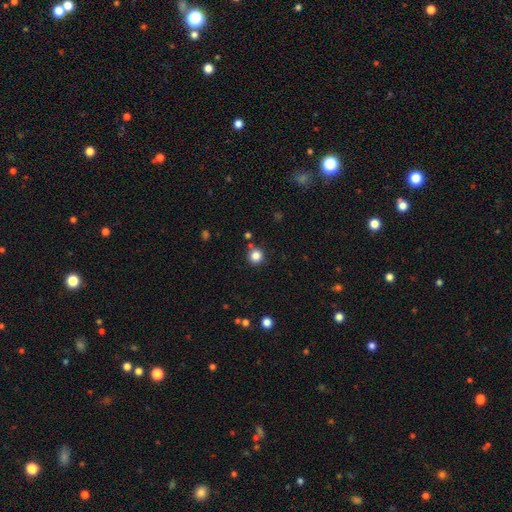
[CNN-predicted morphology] The model was most divided on "smooth or featured": smooth: 84%, star or artifact: 12%, featured or disk: 5%. More confident: how rounded — round (93%); merging — none (82%).